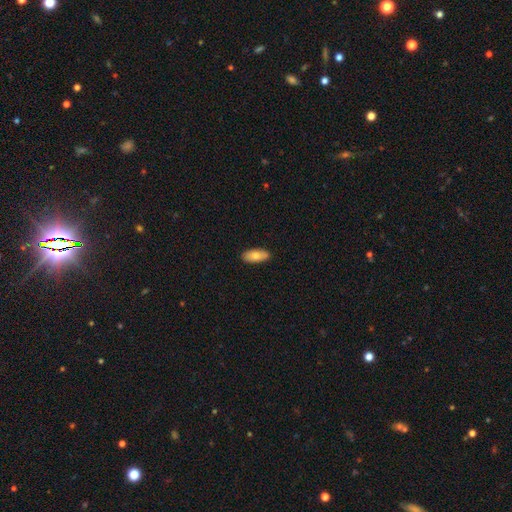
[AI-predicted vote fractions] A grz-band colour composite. It shows a smooth galaxy with no disk features (77%) that is in between round and cigar-shaped (86%). Merging: none (87%).